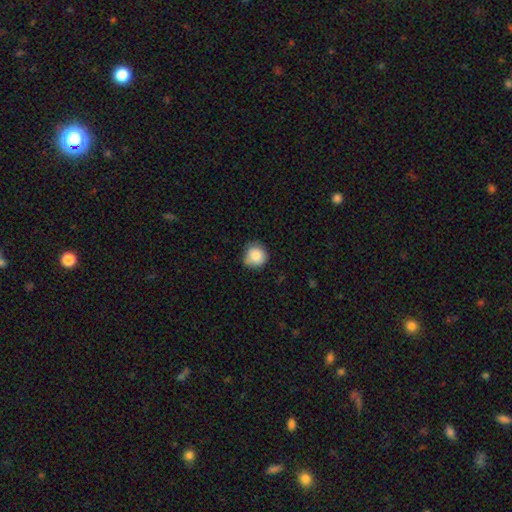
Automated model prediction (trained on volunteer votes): Morphology: type=smooth (85%); roundness=round (90%); merging=none (67%).